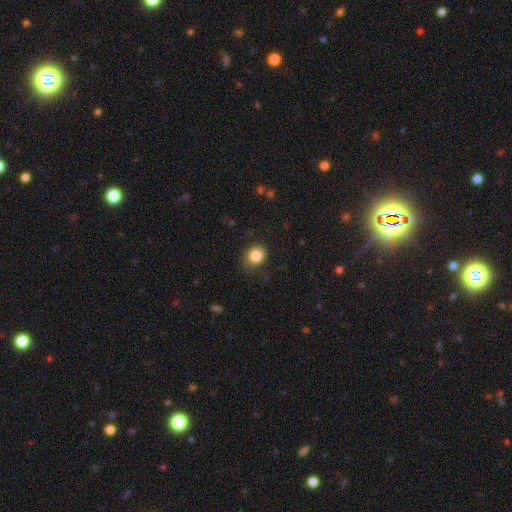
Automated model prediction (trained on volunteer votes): smooth_or_featured: smooth (p=0.84) [alt: star or artifact p=0.10]
how_rounded: round (p=0.67) [alt: in between p=0.32]
merging: none (p=0.79) [alt: minor disturbance p=0.16]